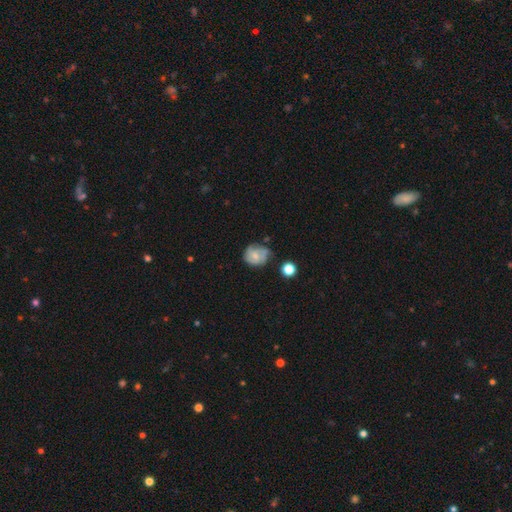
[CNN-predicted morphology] smooth-or-featured: featured or disk: 47% | smooth: 44% | star or artifact: 9%
  merging: none: 52% | minor disturbance: 30% | major disturbance: 12% | merger: 6%